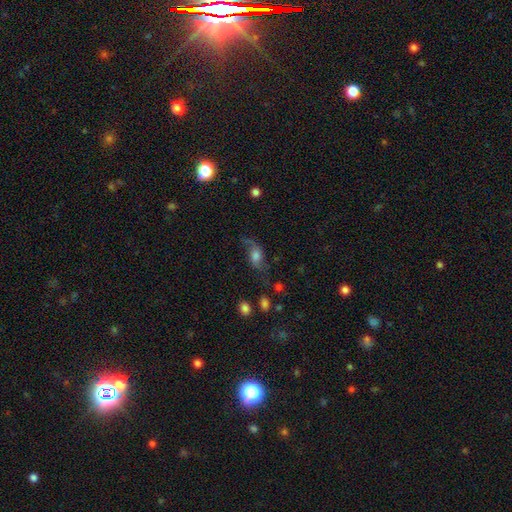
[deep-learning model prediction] Smooth or featured? Predicted: featured or disk (p=0.52). Edge-on disk? Predicted: no (p=0.89). Merging? Predicted: none (p=0.54).